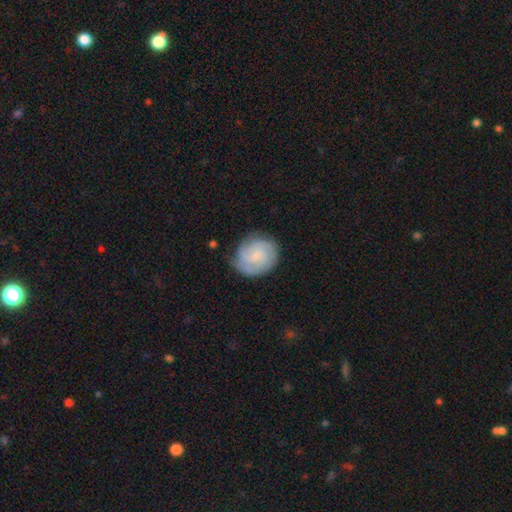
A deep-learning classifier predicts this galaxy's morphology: The model was most divided on "spiral arm count": 3: 32%, can't tell: 27%, 2: 23%, 4: 9%, 1: 5%, more than 4: 5%. More confident: edge-on disk — no (98%); spiral arms — yes (93%); merging — none (77%); smooth or featured — featured or disk (62%); bar — no (60%); spiral winding — tight (57%); bulge size — small (53%).